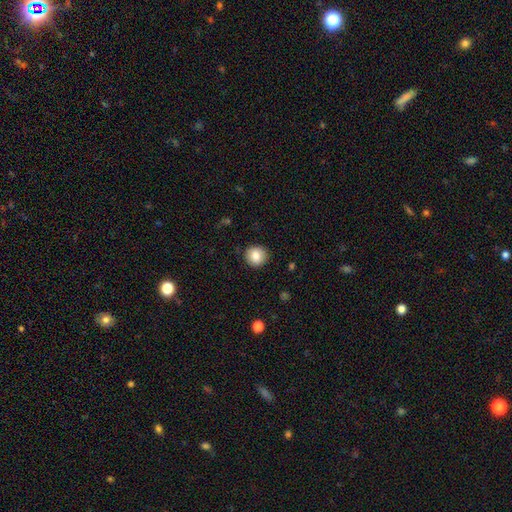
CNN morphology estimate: This is clearly a smooth galaxy (84%). How rounded: clearly round (91%). Merging: clearly none (90%).